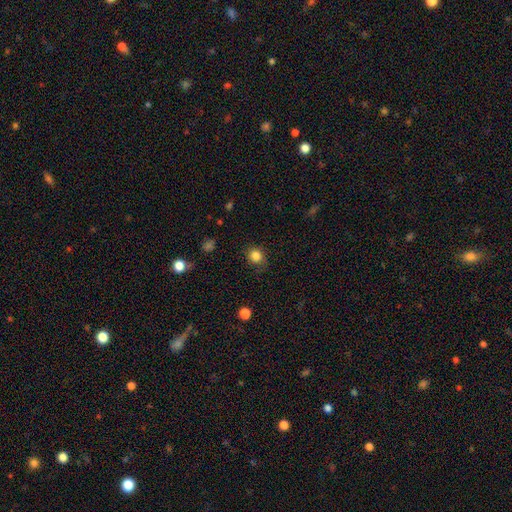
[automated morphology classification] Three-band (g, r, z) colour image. It shows a smooth galaxy with no disk features (84%) that is round (81%). Merging: none (76%).